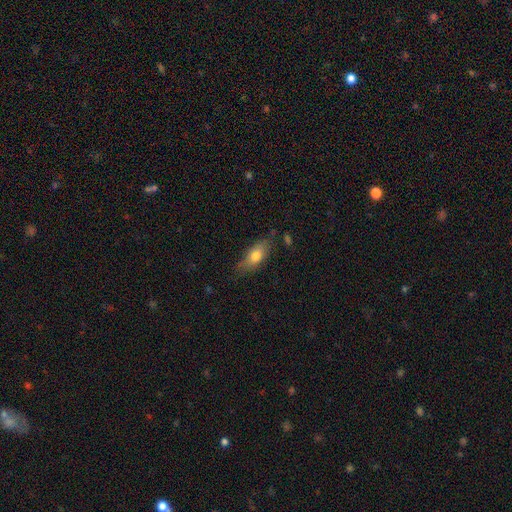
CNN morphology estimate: This appears to be a smooth galaxy with no disk features (71%) that is in between round and cigar-shaped (76%). Merging: none (69%).